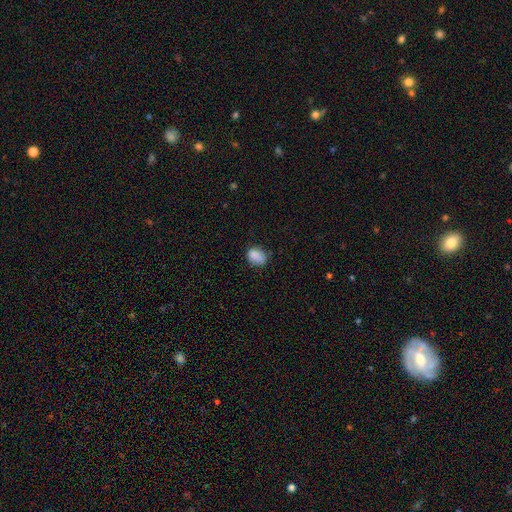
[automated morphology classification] Smooth or featured: smooth — 84% (star or artifact — 9%)
How rounded: in between — 67% (round — 31%)
Merging: none — 66% (minor disturbance — 24%)